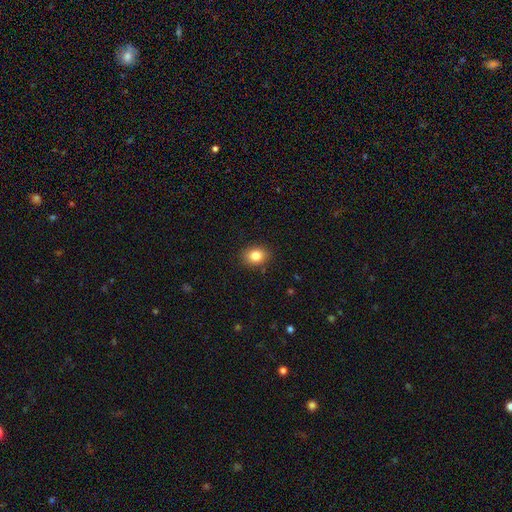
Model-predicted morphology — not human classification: Smooth or featured? smooth (84%)
How rounded? round (51%)
Merging? none (88%)